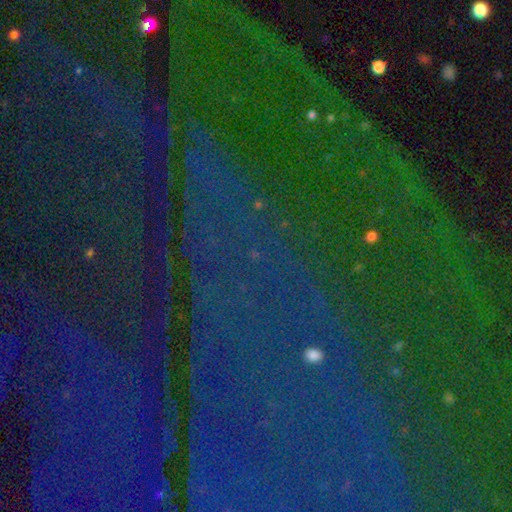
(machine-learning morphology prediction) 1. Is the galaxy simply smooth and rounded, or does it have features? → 85% star or artifact, 8% smooth, 7% featured or disk.